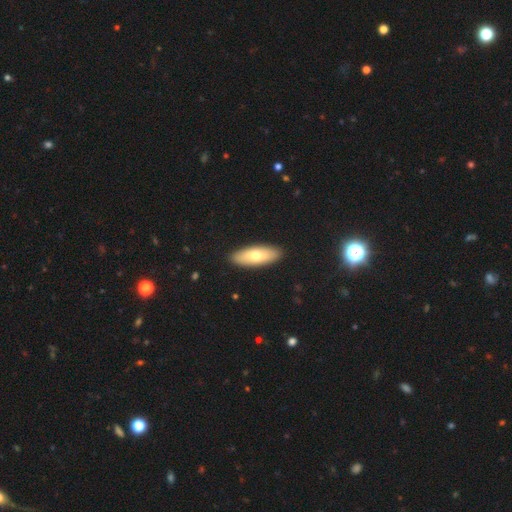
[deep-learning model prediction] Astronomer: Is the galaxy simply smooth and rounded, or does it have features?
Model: smooth — 68%.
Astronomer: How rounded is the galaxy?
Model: in between — 68%.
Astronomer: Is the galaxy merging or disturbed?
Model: none — 91%.